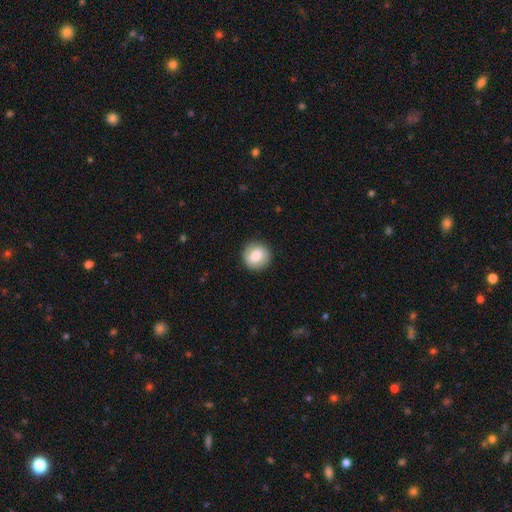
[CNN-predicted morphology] smooth_or_featured: smooth (p=0.79) [alt: featured or disk p=0.13]
how_rounded: round (p=0.91) [alt: in between p=0.08]
merging: none (p=0.90) [alt: minor disturbance p=0.07]